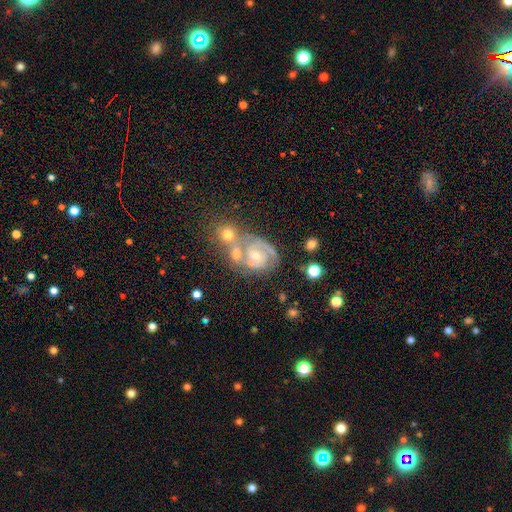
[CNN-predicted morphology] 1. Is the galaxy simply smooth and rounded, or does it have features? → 83% featured or disk, 9% smooth, 8% star or artifact.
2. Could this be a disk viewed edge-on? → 97% no, 3% yes.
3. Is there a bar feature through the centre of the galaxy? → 62% no, 29% weak, 9% strong.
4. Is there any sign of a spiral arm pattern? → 95% yes, 5% no.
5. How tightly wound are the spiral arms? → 62% tight, 32% medium, 6% loose.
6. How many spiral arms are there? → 59% 2, 15% 3, 13% can't tell, 7% 1, 3% 4, 3% more than 4.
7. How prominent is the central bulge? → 54% small, 42% moderate, 2% none, 2% large, 1% dominant.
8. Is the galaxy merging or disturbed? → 41% none, 36% merger, 15% minor disturbance, 9% major disturbance.